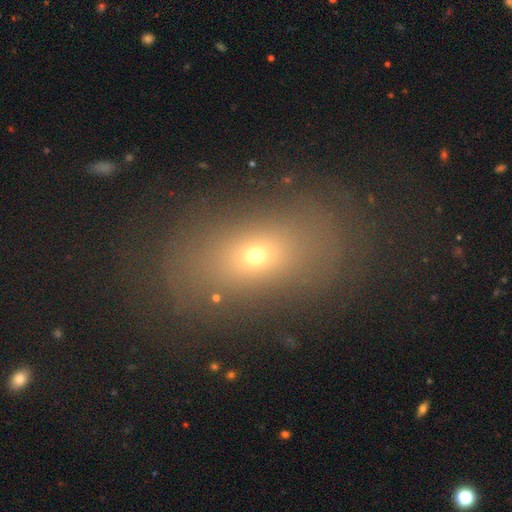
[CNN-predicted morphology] smooth 59%, star or artifact 21%, featured or disk 20%. Down the decision tree: how rounded — in between (70%); merging — none (73%).